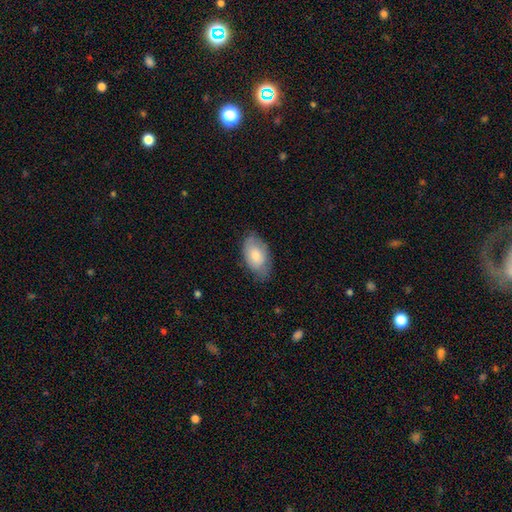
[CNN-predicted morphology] Overall: smooth (77%). How rounded: in between (94%). Merging: none (68%).